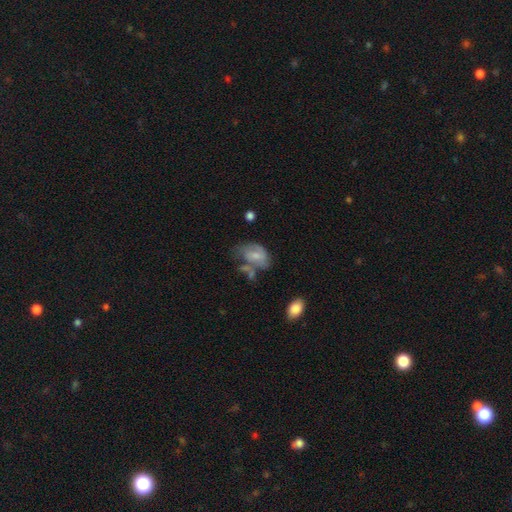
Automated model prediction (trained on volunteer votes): The model was most divided on "merging": none: 31%, minor disturbance: 28%, major disturbance: 23%, merger: 18%. More confident: how rounded — in between (79%); smooth or featured — smooth (55%).